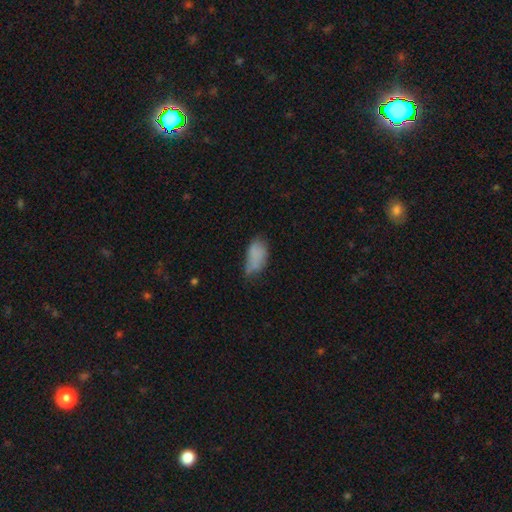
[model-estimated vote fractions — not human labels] A smooth galaxy with no disk features (76%) that is in between round and cigar-shaped (93%). Merging: minor disturbance (41%).